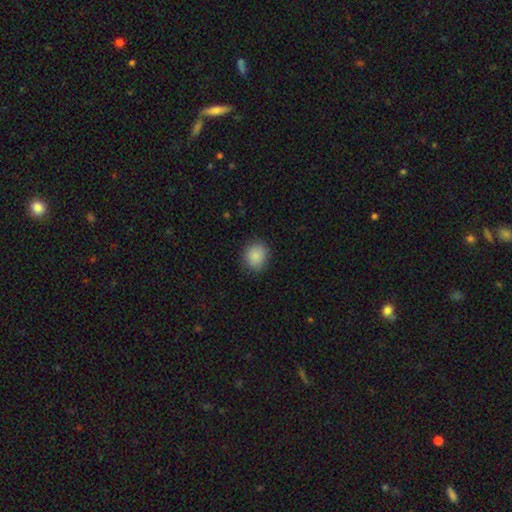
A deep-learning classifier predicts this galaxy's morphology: The model was most divided on "how rounded": round: 72%, in between: 27%, cigar-shaped: 1%. More confident: smooth or featured — smooth (87%); merging — none (86%).